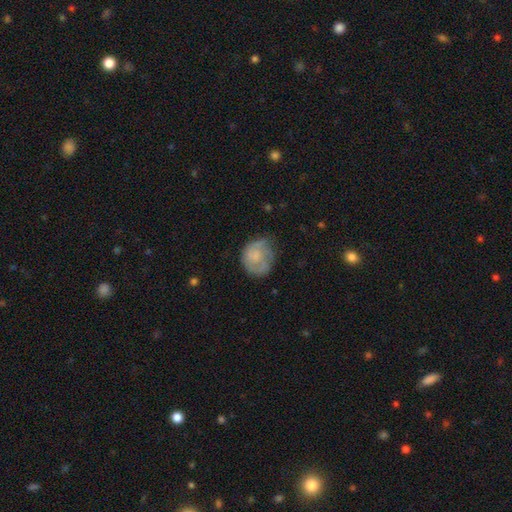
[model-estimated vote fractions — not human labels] Smooth or featured?
  - smooth: 47% *
  - featured or disk: 46%
  - star or artifact: 8%
Merging?
  - none: 56% *
  - minor disturbance: 28%
  - major disturbance: 14%
  - merger: 2%